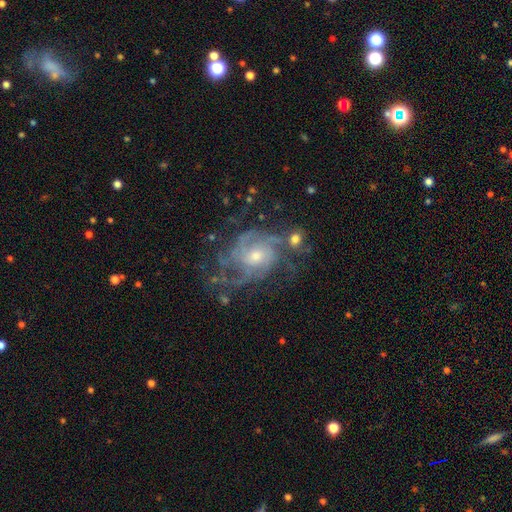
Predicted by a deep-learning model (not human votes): smooth-or-featured: featured or disk: 87% | star or artifact: 7% | smooth: 6%
  disk-edge-on: no: 97% | yes: 3%
    bar: no: 69% | weak: 26% | strong: 5%
    has-spiral-arms: yes: 95% | no: 5%
      spiral-winding: tight: 49% | medium: 40% | loose: 11%
      spiral-arm-count: can't tell: 27% | 3: 26% | 4: 20% | 2: 13% | more than 4: 7% | 1: 6%
    bulge-size: moderate: 50% | small: 44% | large: 3% | none: 2% | dominant: 1%
  merging: none: 58% | minor disturbance: 20% | major disturbance: 16% | merger: 6%